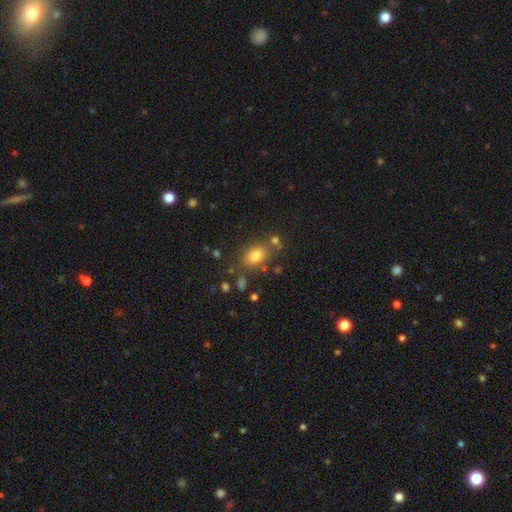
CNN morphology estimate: smooth-or-featured: smooth: 78% | star or artifact: 12% | featured or disk: 10%
  how-rounded: in between: 70% | round: 29% | cigar-shaped: 1%
  merging: none: 74% | minor disturbance: 13% | merger: 8% | major disturbance: 5%